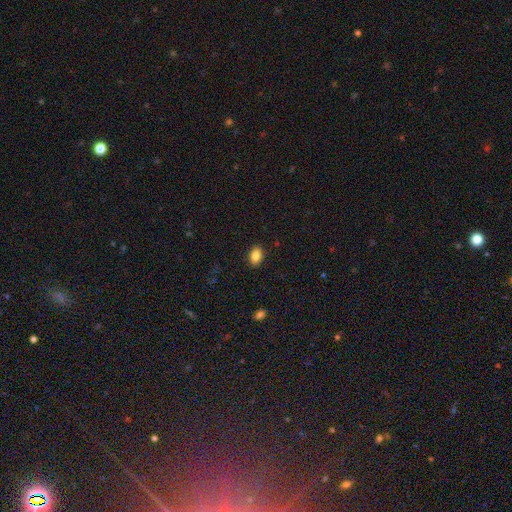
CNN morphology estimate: smooth_or_featured: smooth (p=0.86) [alt: star or artifact p=0.09]
how_rounded: in between (p=0.82) [alt: round p=0.16]
merging: none (p=0.89) [alt: minor disturbance p=0.08]